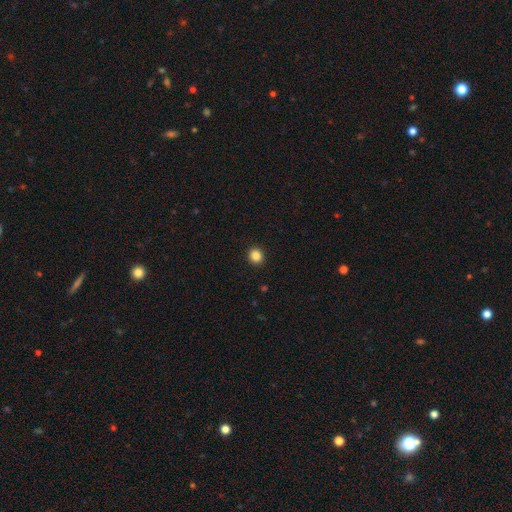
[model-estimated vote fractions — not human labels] Smooth or featured? Predicted: smooth (p=0.86). How rounded? Predicted: round (p=0.87). Merging? Predicted: none (p=0.93).